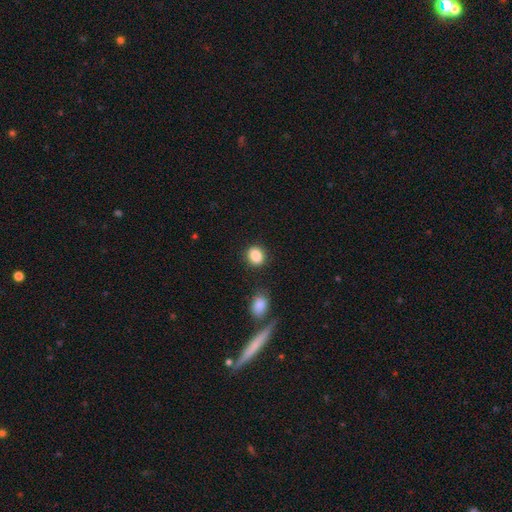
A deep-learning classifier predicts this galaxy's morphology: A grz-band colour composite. It shows a smooth galaxy with no disk features (88%) that is in between round and cigar-shaped (50%). Merging: none (83%).